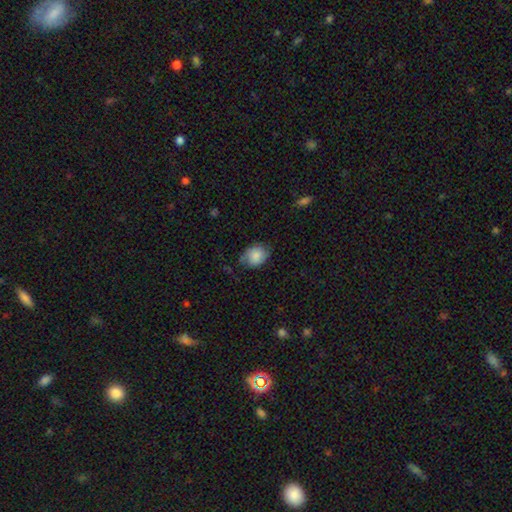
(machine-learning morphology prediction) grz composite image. It shows a smooth galaxy with no disk features (81%) that is in between round and cigar-shaped (57%). Merging: none (65%).